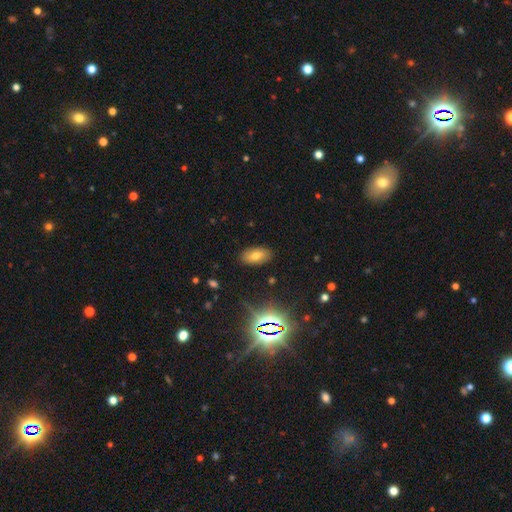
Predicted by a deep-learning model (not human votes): smooth-or-featured: smooth: 60% | star or artifact: 25% | featured or disk: 16%
  how-rounded: in between: 91% | round: 5% | cigar-shaped: 3%
  merging: none: 88% | minor disturbance: 9% | major disturbance: 3% | merger: 1%